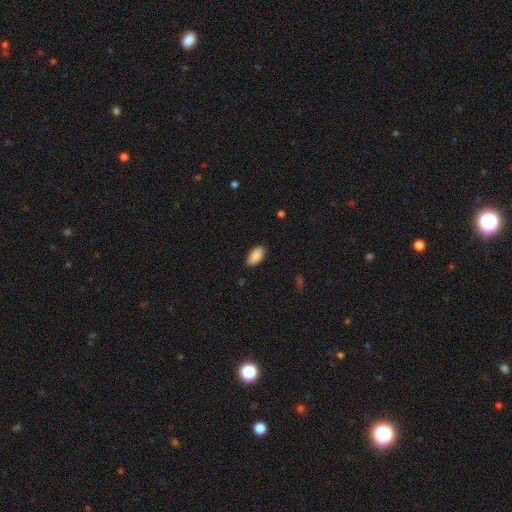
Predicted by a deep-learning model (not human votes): smooth 90%, star or artifact 7%, featured or disk 4%. Down the decision tree: how rounded — in between (94%); merging — none (86%).